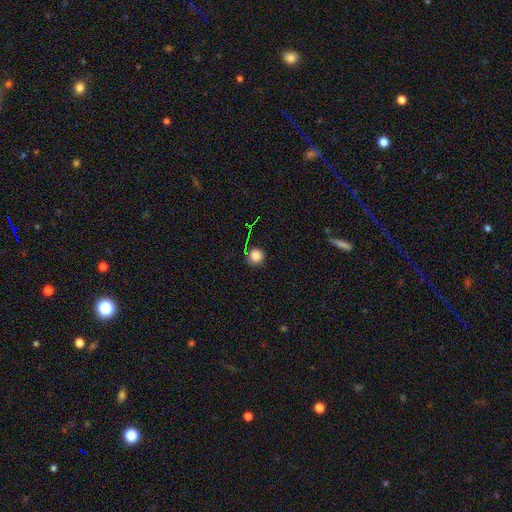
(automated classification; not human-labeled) A smooth galaxy with no disk features (78%) that is round (93%).

Vote fractions:
- Smooth or featured? smooth: 78% / star or artifact: 17% / featured or disk: 5%
- How rounded? round: 93% / in between: 6% / cigar-shaped: 1%
- Merging? none: 83% / minor disturbance: 11% / major disturbance: 3% / merger: 3%